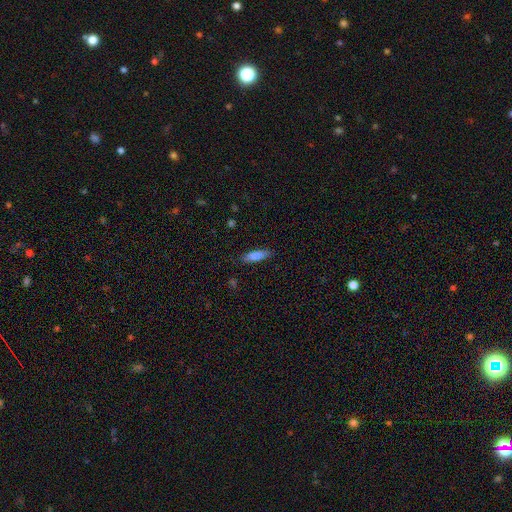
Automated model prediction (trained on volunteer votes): Morphology: type=smooth (80%); roundness=cigar-shaped (58%); merging=none (85%).